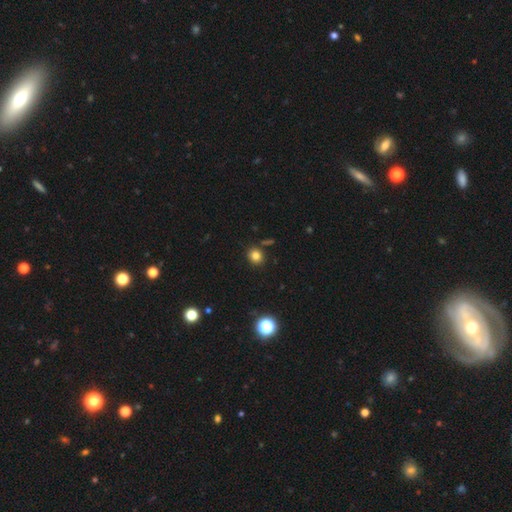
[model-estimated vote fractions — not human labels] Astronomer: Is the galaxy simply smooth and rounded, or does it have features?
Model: smooth — 81%.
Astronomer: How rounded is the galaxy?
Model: round — 80%.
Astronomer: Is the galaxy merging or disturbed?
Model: none — 85%.